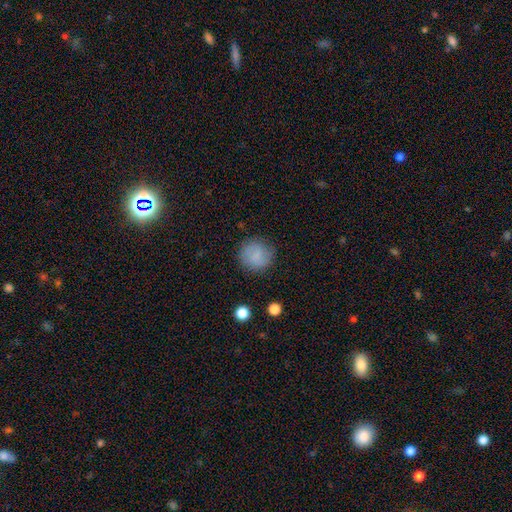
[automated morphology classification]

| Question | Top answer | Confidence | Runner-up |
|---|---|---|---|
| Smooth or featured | smooth | 79% | featured or disk (13%) |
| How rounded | round | 91% | in between (8%) |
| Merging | none | 83% | minor disturbance (12%) |